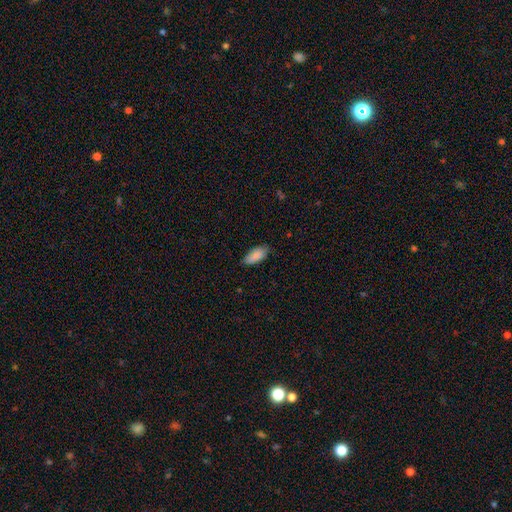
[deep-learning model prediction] This is clearly a smooth galaxy (89%). How rounded: clearly in between (86%). Merging: clearly none (82%).